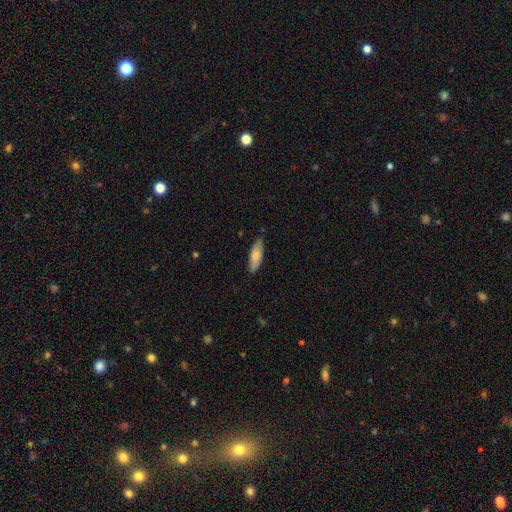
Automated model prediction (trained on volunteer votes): A smooth galaxy with no disk features (81%) that is in between round and cigar-shaped (59%). Merging: none (83%).